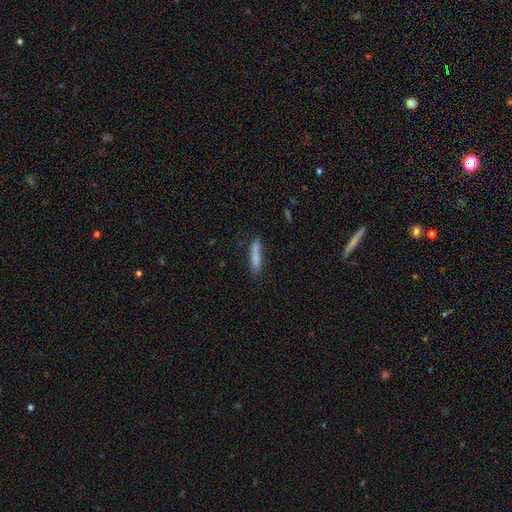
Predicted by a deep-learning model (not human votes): A smooth galaxy with no disk features (83%) that is cigar-shaped (88%). Merging: none (78%).